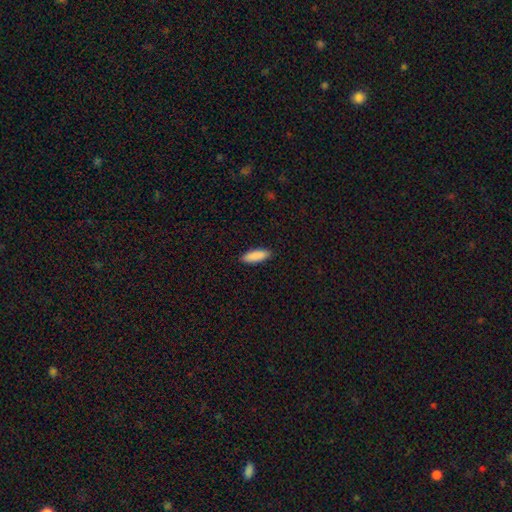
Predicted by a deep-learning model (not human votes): Q: Smooth or featured?
A: smooth (90%); runner-up: star or artifact (6%)
Q: How rounded?
A: in between (59%); runner-up: cigar-shaped (39%)
Q: Merging?
A: none (90%); runner-up: minor disturbance (7%)